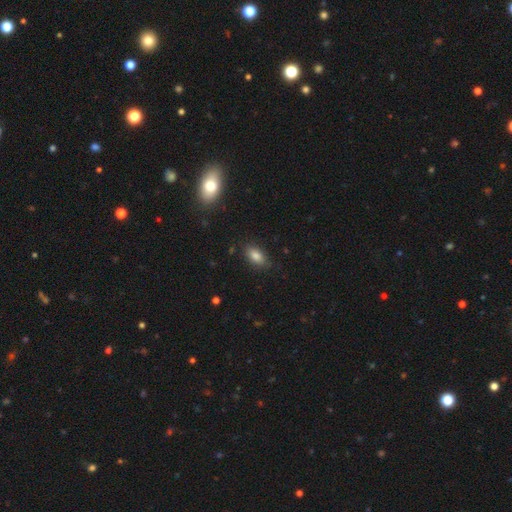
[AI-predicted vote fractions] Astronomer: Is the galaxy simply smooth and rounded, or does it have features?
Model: smooth — 84%.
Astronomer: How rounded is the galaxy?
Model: in between — 89%.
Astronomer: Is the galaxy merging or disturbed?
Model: none — 84%.